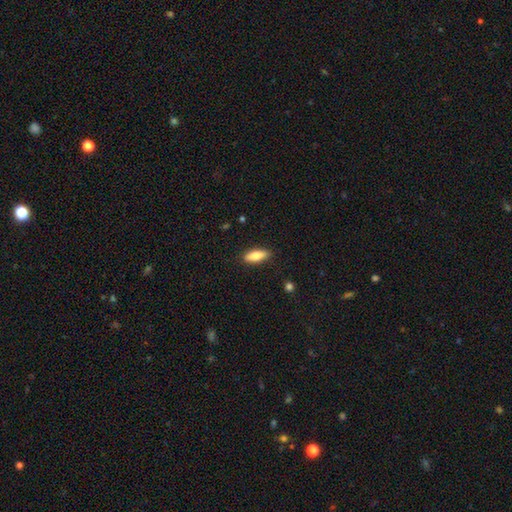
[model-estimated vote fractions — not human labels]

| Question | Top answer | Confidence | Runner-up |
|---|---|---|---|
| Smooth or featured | smooth | 77% | featured or disk (16%) |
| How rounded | in between | 60% | cigar-shaped (37%) |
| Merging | none | 87% | minor disturbance (10%) |